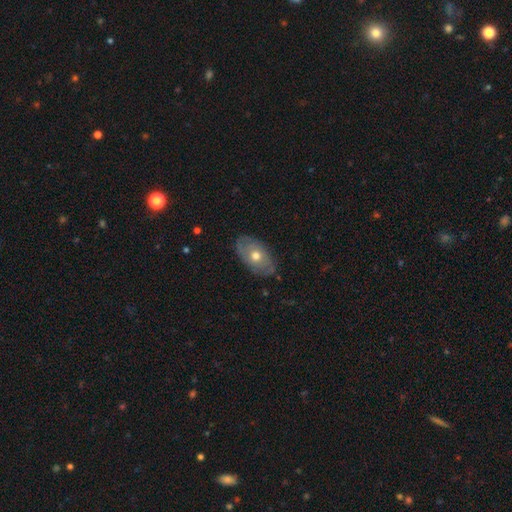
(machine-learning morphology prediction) A featured or disk galaxy (52%). Merging: none (81%).